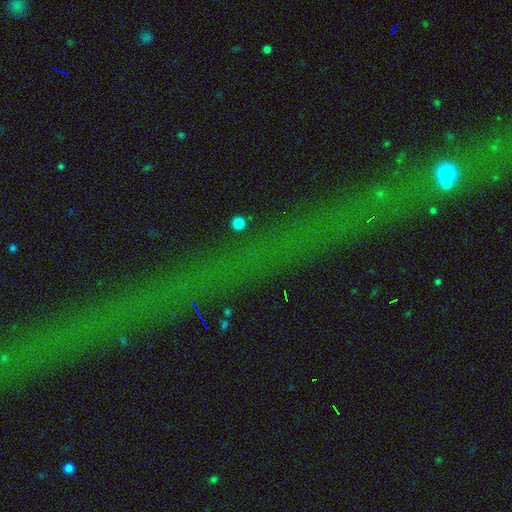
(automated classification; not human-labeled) A star or artifact, not a galaxy (70%).